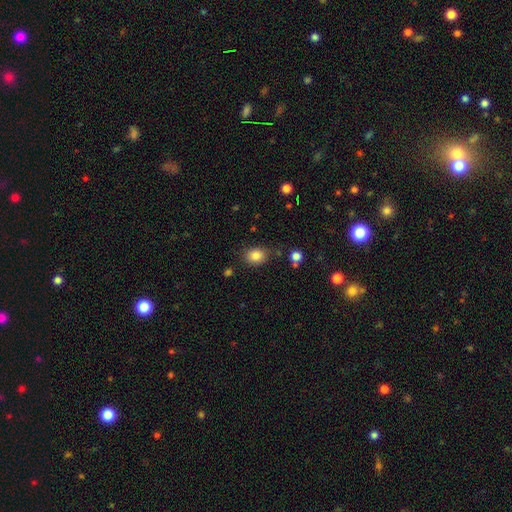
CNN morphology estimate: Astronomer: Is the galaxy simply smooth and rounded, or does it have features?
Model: smooth — 84%.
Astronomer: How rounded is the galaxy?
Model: in between — 55% (runner-up: round, 44%).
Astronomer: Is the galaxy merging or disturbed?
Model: none — 80%.